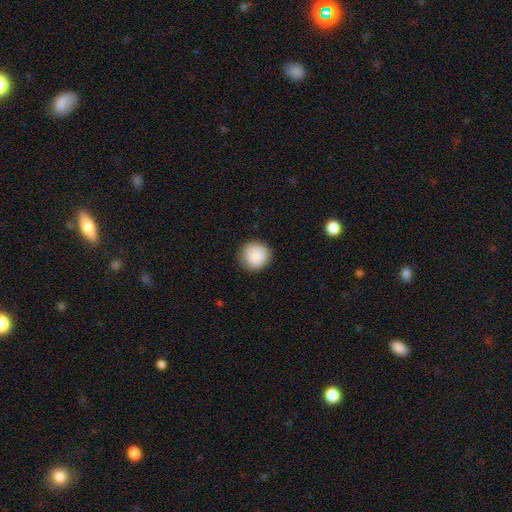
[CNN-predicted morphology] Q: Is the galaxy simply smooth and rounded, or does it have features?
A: smooth — 89%.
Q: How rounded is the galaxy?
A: round — 94%.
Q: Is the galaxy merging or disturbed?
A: none — 87%.